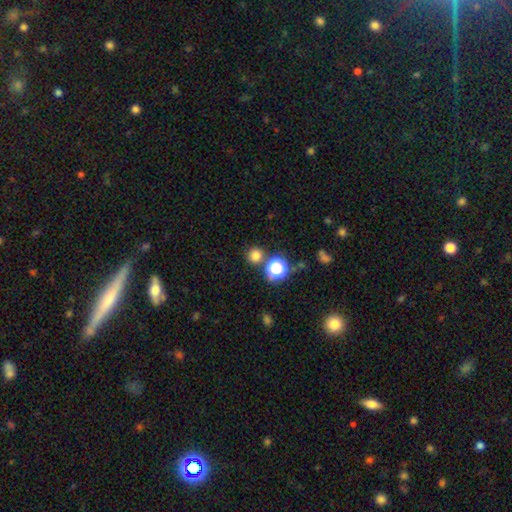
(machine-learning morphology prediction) Smooth or featured? smooth (75%)
How rounded? round (92%)
Merging? none (80%)